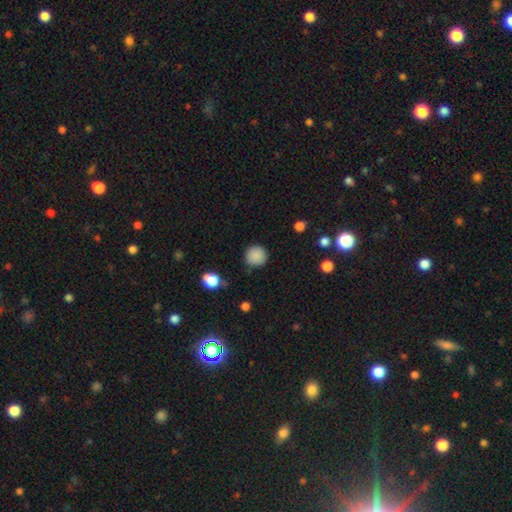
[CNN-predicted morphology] The model was most divided on "smooth or featured": smooth: 86%, star or artifact: 10%, featured or disk: 4%. More confident: how rounded — round (94%); merging — none (87%).